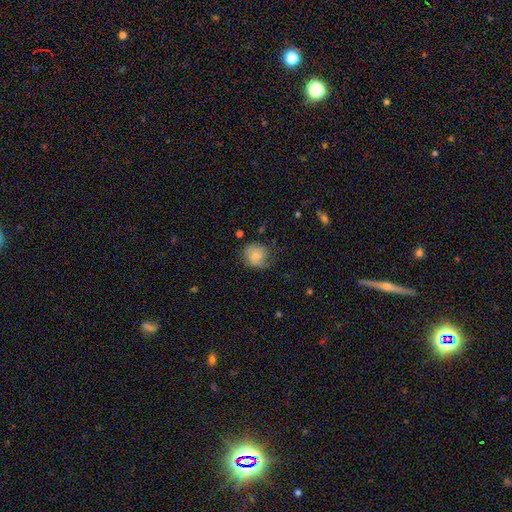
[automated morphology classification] smooth_or_featured: smooth (p=0.69) [alt: featured or disk p=0.23]
how_rounded: round (p=0.75) [alt: in between p=0.24]
merging: none (p=0.54) [alt: minor disturbance p=0.30]